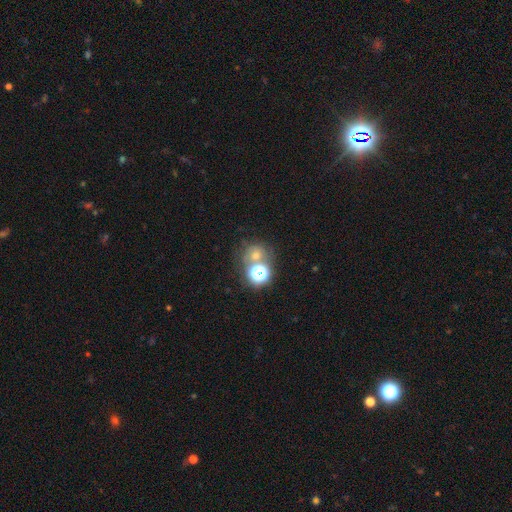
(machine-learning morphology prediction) Smooth or featured? star or artifact (46%)